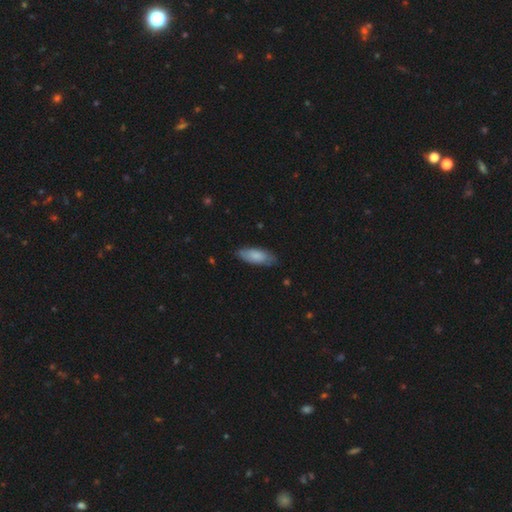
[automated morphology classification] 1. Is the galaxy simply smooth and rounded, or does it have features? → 82% smooth, 13% featured or disk, 6% star or artifact.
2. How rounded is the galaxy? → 78% in between, 20% cigar-shaped, 2% round.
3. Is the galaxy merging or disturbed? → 77% none, 19% minor disturbance, 3% major disturbance, 1% merger.